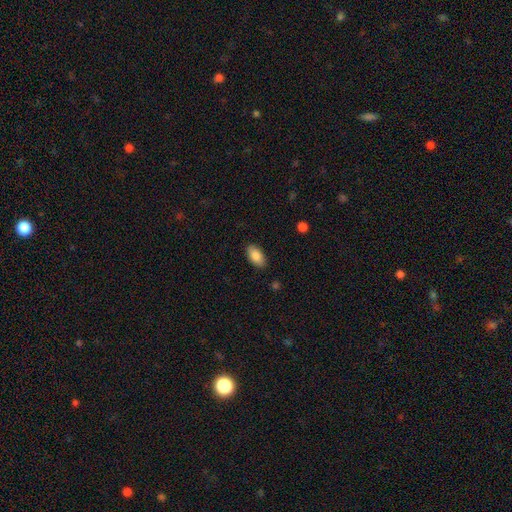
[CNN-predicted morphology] Overall: smooth (86%). How rounded: in between (93%). Merging: none (88%).